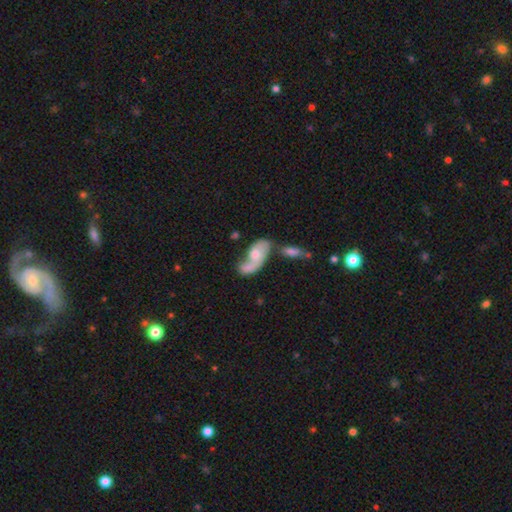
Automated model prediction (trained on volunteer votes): This is possibly a featured or disk galaxy (47%). Merging: marginally merger (42%).